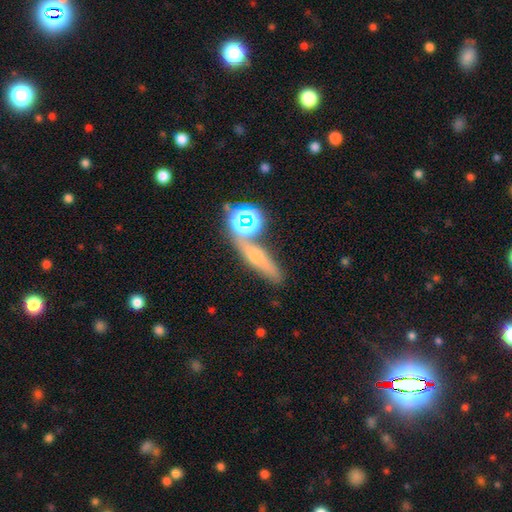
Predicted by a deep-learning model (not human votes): Smooth or featured?
  - smooth: 50% *
  - featured or disk: 25%
  - star or artifact: 25%
Merging?
  - none: 62% *
  - merger: 17%
  - minor disturbance: 14%
  - major disturbance: 7%